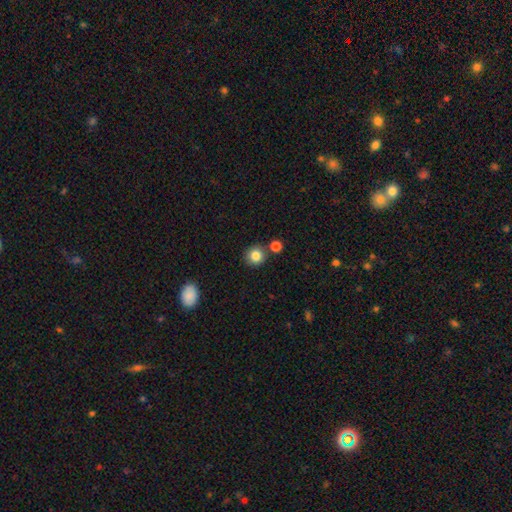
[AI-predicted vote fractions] Smooth or featured: smooth — 83% (star or artifact — 11%)
How rounded: round — 90% (in between — 9%)
Merging: none — 79% (merger — 10%)